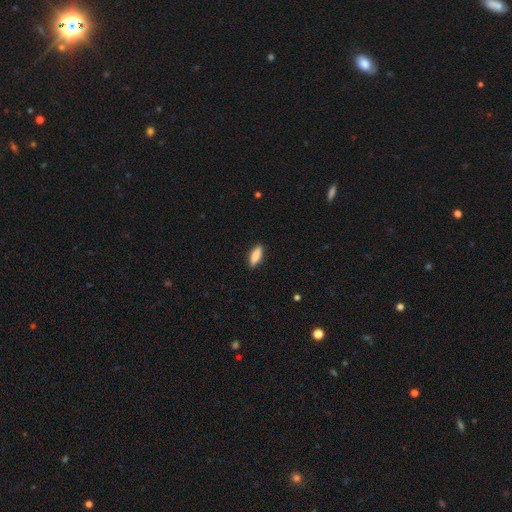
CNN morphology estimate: This is clearly a smooth galaxy (84%). How rounded: possibly in between (57%). Merging: clearly none (88%).